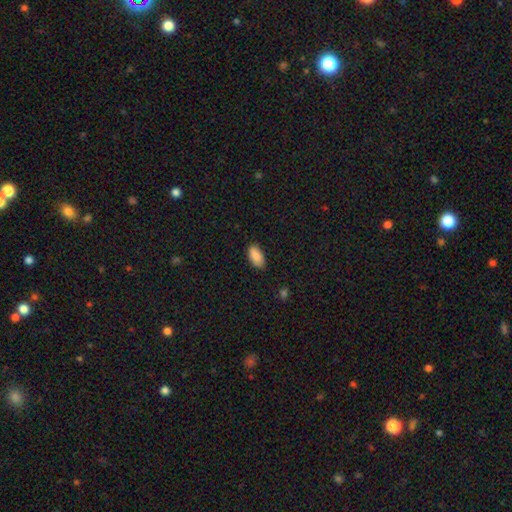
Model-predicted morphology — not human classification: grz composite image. It shows a smooth galaxy with no disk features (89%) that is in between round and cigar-shaped (94%). Merging: none (83%).